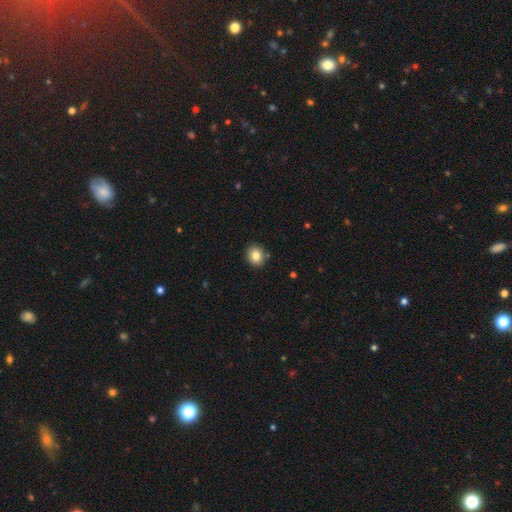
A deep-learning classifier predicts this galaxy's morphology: This is clearly a smooth galaxy (84%). How rounded: likely round (78%). Merging: clearly none (89%).